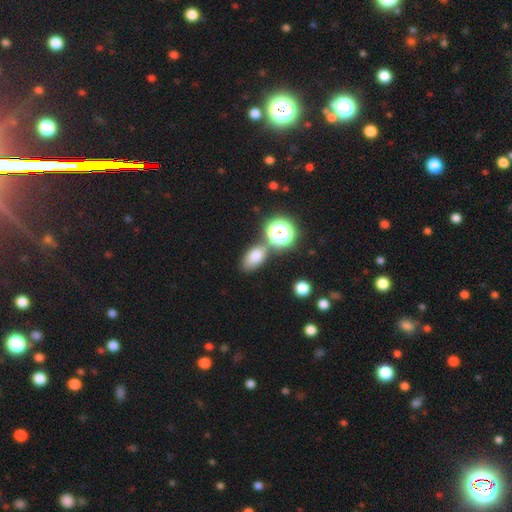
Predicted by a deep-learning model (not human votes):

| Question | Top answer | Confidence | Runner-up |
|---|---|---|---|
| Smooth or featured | smooth | 72% | star or artifact (17%) |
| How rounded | in between | 81% | round (16%) |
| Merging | none | 69% | merger (14%) |